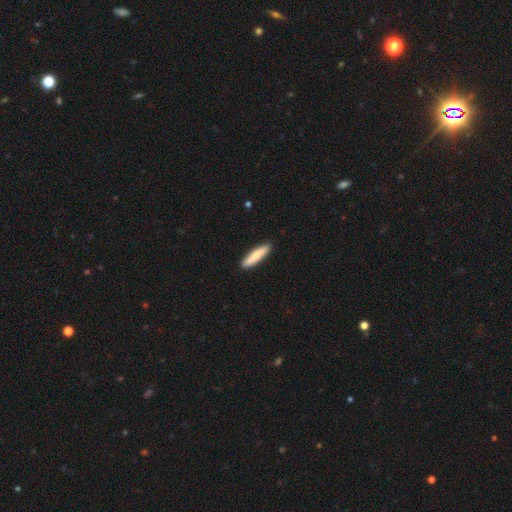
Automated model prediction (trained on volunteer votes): This appears to be a smooth galaxy with no disk features (80%) that is cigar-shaped (85%). Merging: none (90%).